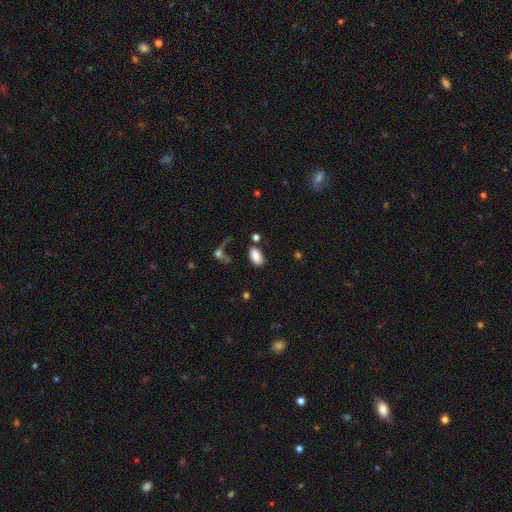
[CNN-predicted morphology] Smooth or featured: smooth — 85% (star or artifact — 8%)
How rounded: in between — 93% (round — 5%)
Merging: none — 68% (minor disturbance — 17%)